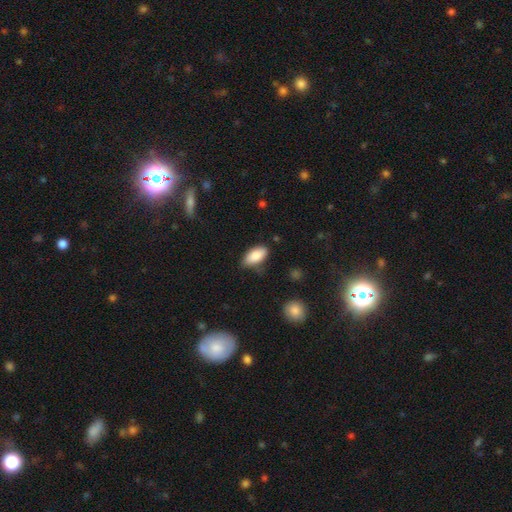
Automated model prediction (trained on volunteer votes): A smooth galaxy with no disk features (86%) that is in between round and cigar-shaped (92%).

Vote fractions:
- Smooth or featured? smooth: 86% / featured or disk: 7% / star or artifact: 7%
- How rounded? in between: 92% / cigar-shaped: 6% / round: 3%
- Merging? none: 71% / minor disturbance: 23% / major disturbance: 4% / merger: 2%